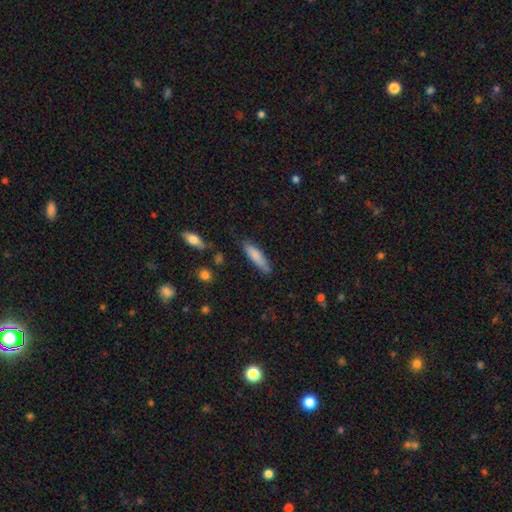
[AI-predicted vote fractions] Smooth or featured: smooth — 83% (featured or disk — 11%)
How rounded: cigar-shaped — 66% (in between — 33%)
Merging: none — 77% (minor disturbance — 17%)